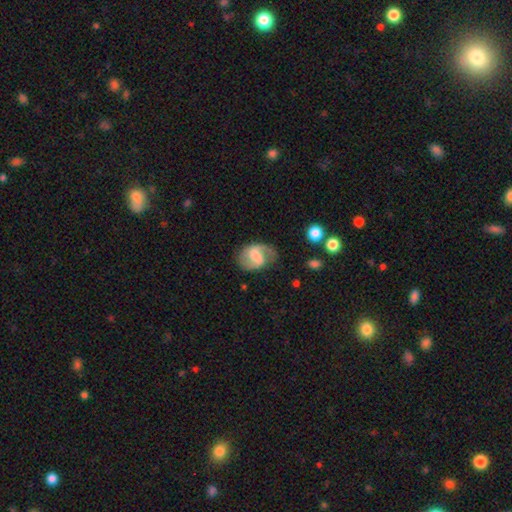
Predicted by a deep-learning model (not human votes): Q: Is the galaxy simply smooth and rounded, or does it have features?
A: featured or disk — 70%.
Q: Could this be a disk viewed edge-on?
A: no — 98%.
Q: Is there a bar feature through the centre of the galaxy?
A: weak — 50%.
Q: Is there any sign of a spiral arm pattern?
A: yes — 89%.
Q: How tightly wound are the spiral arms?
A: medium — 47%.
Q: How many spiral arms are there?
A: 2 — 81%.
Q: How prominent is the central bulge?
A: moderate — 32%.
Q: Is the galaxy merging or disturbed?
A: none — 64%.